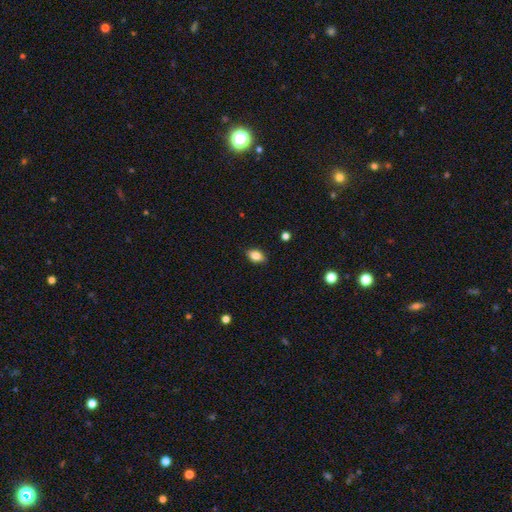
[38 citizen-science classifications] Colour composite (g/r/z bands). It shows a smooth galaxy with no disk features (84%) that is in between round and cigar-shaped (84%). Merging: none (79%).